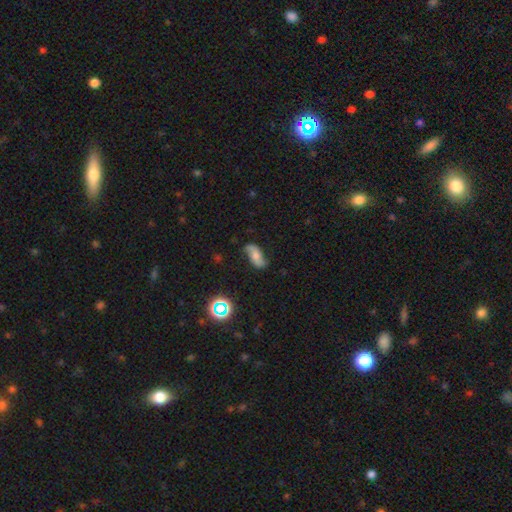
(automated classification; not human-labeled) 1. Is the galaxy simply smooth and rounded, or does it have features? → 52% featured or disk, 37% smooth, 11% star or artifact.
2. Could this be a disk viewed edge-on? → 91% no, 9% yes.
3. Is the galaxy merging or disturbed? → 70% none, 21% minor disturbance, 7% major disturbance, 2% merger.